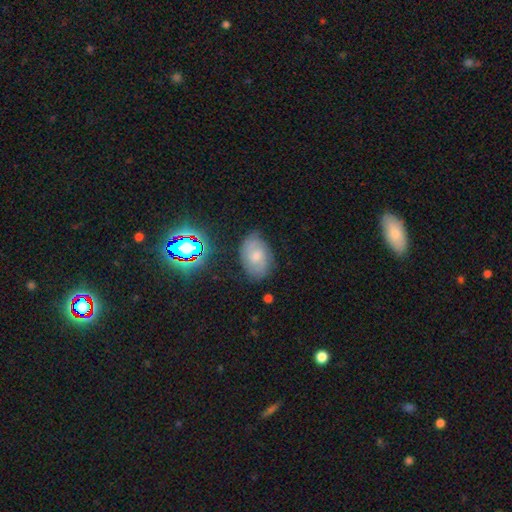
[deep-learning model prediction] Smooth or featured: featured or disk — 44% (smooth — 42%)
Merging: none — 73% (minor disturbance — 20%)